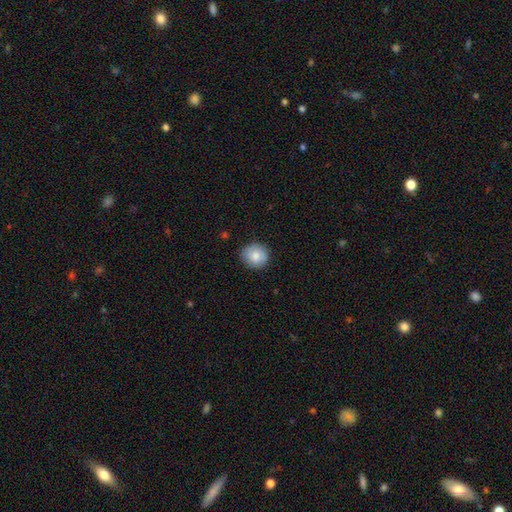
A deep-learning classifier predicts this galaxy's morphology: This is likely a smooth galaxy (80%). How rounded: clearly round (85%). Merging: clearly none (83%).